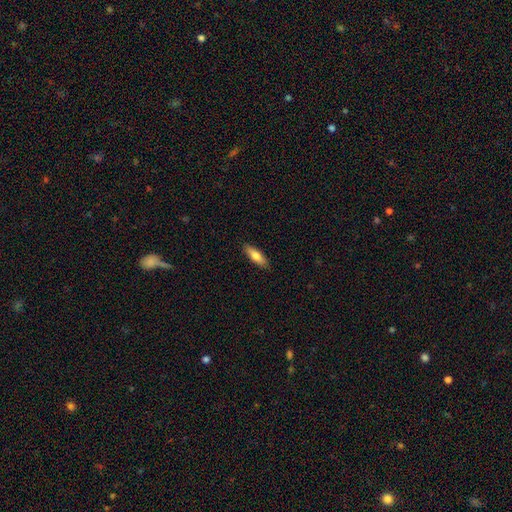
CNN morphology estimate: This appears to be a smooth galaxy with no disk features (73%) that is cigar-shaped (52%). Merging: none (89%).